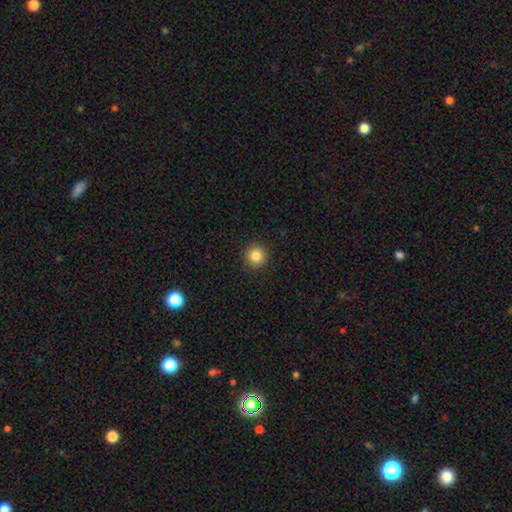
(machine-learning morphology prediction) type=smooth (85%); roundness=round (95%); merging=none (93%).